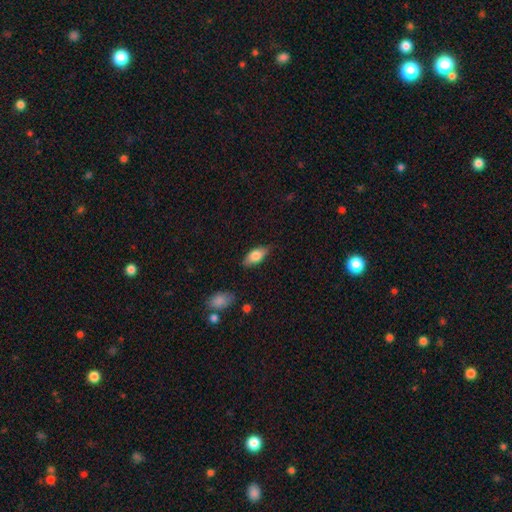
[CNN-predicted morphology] Smooth or featured?
  - smooth: 76% *
  - featured or disk: 17%
  - star or artifact: 7%
How rounded?
  - in between: 86% *
  - cigar-shaped: 10%
  - round: 3%
Merging?
  - none: 81% *
  - minor disturbance: 14%
  - major disturbance: 3%
  - merger: 2%